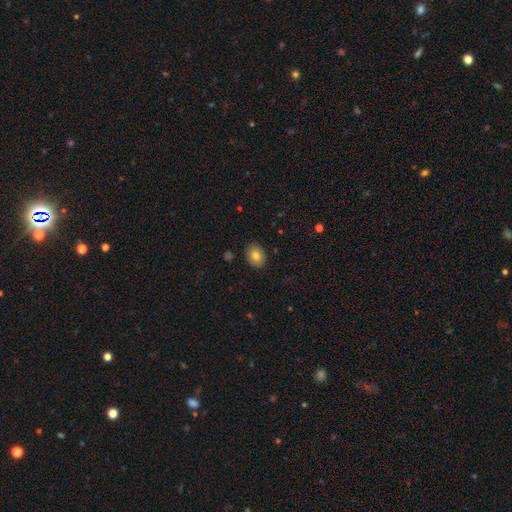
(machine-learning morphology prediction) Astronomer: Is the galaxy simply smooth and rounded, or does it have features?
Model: smooth — 81%.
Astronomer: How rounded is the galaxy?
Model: in between — 65%.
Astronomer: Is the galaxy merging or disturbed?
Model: none — 88%.